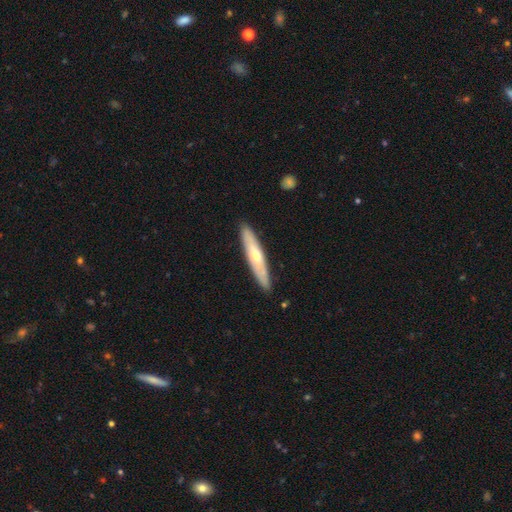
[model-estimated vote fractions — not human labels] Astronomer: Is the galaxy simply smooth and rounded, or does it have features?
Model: featured or disk — 52% (runner-up: smooth, 42%).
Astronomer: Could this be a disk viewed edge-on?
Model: yes — 76%.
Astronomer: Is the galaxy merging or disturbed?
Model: none — 88%.